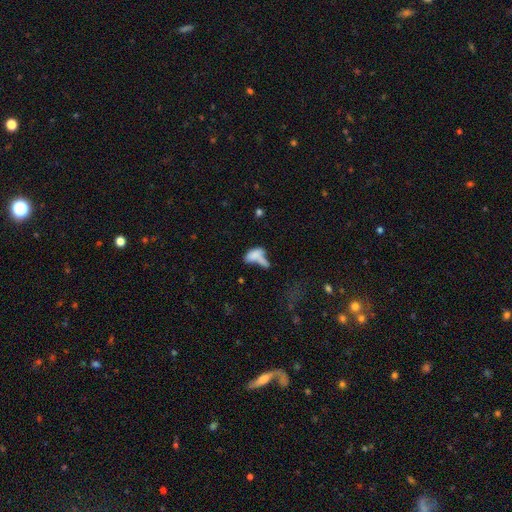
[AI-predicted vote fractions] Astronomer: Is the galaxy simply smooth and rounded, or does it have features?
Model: smooth — 68%.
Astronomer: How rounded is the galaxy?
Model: in between — 82%.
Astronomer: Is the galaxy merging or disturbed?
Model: merger — 47%.